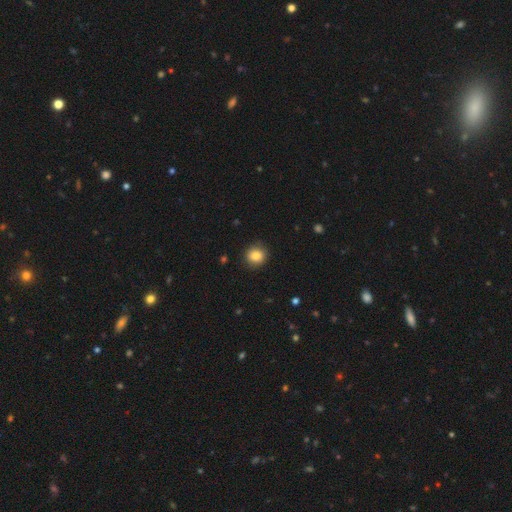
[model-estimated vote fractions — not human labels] Smooth or featured: smooth — 85% (star or artifact — 9%)
How rounded: round — 84% (in between — 15%)
Merging: none — 87% (minor disturbance — 10%)